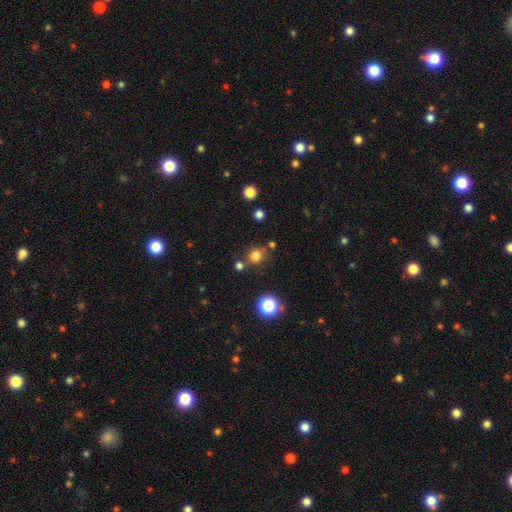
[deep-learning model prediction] Smooth or featured? Predicted: smooth (p=0.76). How rounded? Predicted: round (p=0.78). Merging? Predicted: none (p=0.73).